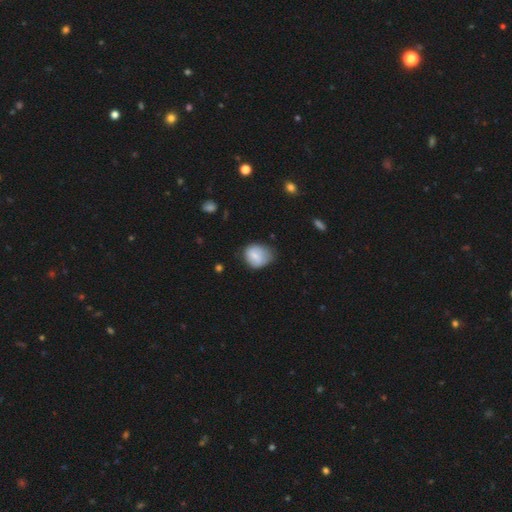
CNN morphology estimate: A smooth galaxy with no disk features (72%) that is round (61%).

Vote fractions:
- Smooth or featured? smooth: 72% / featured or disk: 21% / star or artifact: 7%
- How rounded? round: 61% / in between: 38% / cigar-shaped: 1%
- Merging? none: 47% / minor disturbance: 39% / major disturbance: 12% / merger: 3%